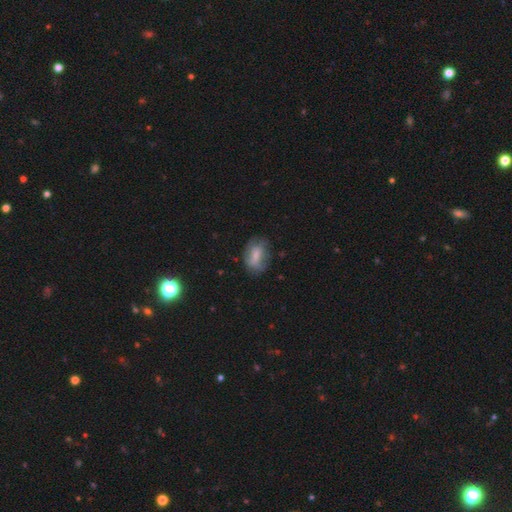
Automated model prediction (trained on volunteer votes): Smooth or featured?
  - smooth: 64% *
  - featured or disk: 28%
  - star or artifact: 9%
How rounded?
  - in between: 81% *
  - round: 15%
  - cigar-shaped: 4%
Merging?
  - none: 59% *
  - minor disturbance: 27%
  - major disturbance: 12%
  - merger: 2%